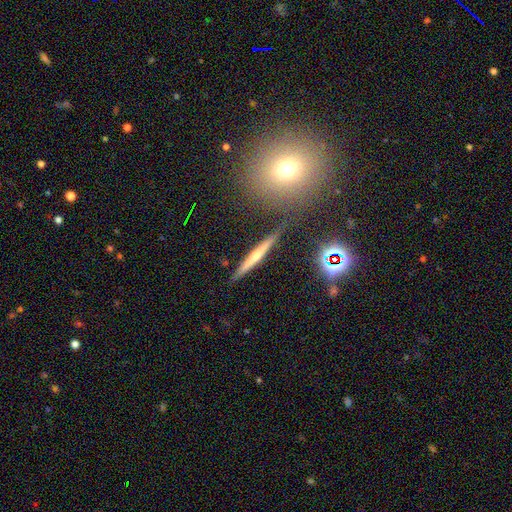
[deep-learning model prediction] The model was most divided on "smooth or featured": featured or disk: 55%, smooth: 35%, star or artifact: 11%. More confident: edge-on disk — yes (95%); merging — none (87%); edge-on bulge — rounded (58%).